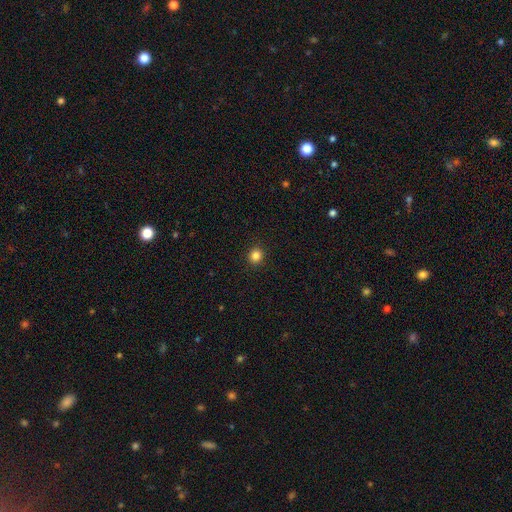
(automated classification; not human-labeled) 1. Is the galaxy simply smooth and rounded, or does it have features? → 84% smooth, 12% star or artifact, 4% featured or disk.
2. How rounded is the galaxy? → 88% round, 11% in between, 1% cigar-shaped.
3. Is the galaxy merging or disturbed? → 92% none, 5% minor disturbance, 2% major disturbance, 1% merger.